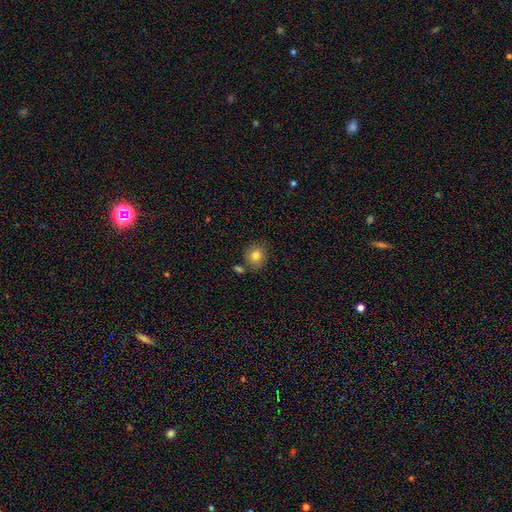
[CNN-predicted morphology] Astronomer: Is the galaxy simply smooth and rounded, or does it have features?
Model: smooth — 82%.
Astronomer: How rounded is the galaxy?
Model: round — 82%.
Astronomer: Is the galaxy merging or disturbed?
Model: none — 77%.